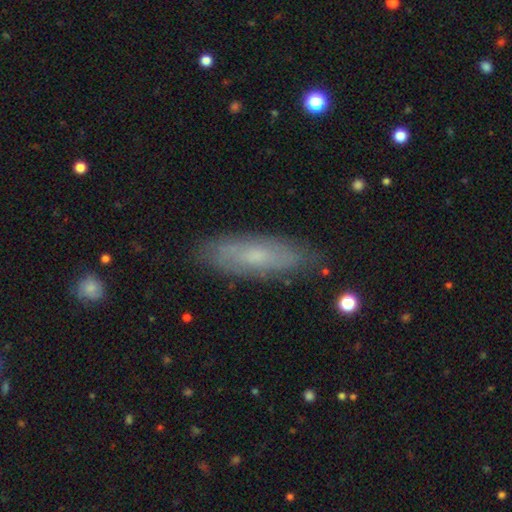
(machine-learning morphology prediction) Smooth or featured: smooth — 48% (featured or disk — 45%)
Merging: none — 83% (minor disturbance — 13%)